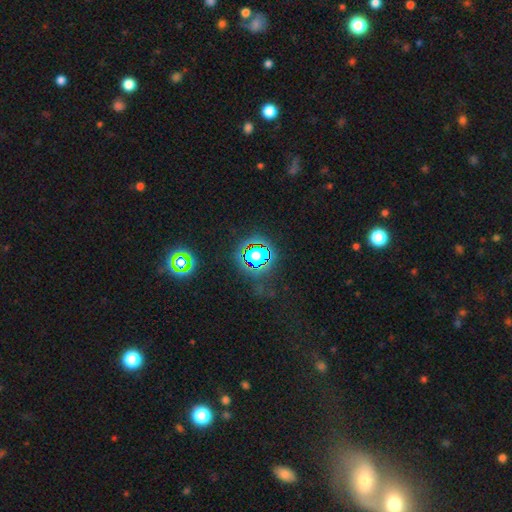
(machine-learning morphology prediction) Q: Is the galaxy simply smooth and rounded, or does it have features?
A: star or artifact — 61%.